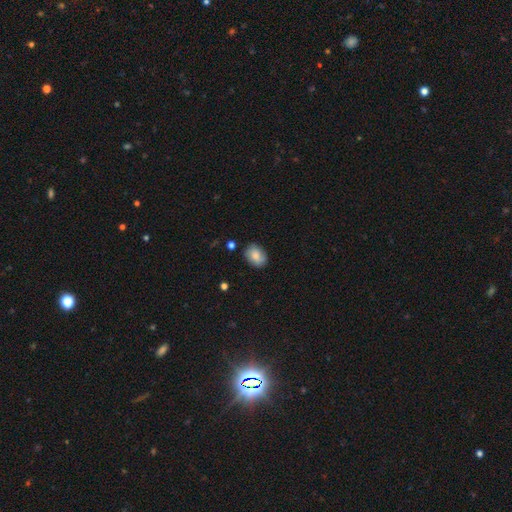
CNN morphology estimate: Smooth or featured? smooth (79%)
How rounded? in between (73%)
Merging? none (81%)